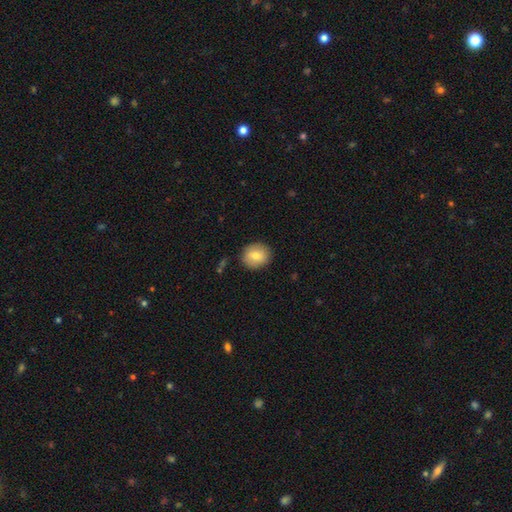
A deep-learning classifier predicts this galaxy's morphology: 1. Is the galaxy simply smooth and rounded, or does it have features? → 76% smooth, 16% featured or disk, 8% star or artifact.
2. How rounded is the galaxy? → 71% round, 28% in between, 1% cigar-shaped.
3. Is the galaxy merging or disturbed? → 86% none, 10% minor disturbance, 2% major disturbance, 1% merger.